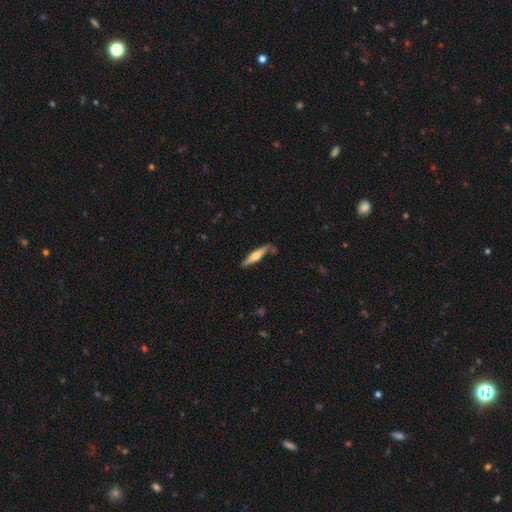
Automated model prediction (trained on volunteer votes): The model was most divided on "smooth or featured": smooth: 48%, featured or disk: 46%, star or artifact: 5%. More confident: merging — none (76%).